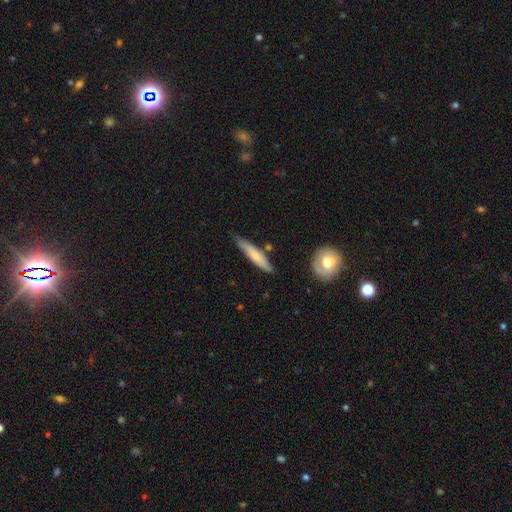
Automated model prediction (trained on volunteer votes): Morphology: type=smooth (64%); roundness=cigar-shaped (85%); merging=none (71%).